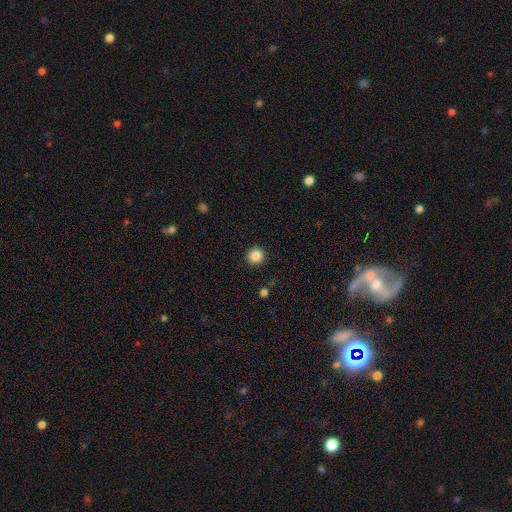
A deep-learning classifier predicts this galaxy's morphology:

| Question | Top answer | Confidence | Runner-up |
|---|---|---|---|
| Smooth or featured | smooth | 87% | star or artifact (10%) |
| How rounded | round | 95% | in between (4%) |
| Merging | none | 92% | minor disturbance (5%) |